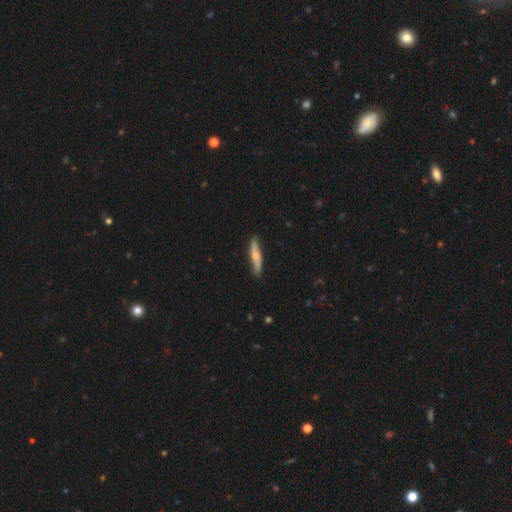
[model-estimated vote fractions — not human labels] Smooth or featured? smooth (56%)
How rounded? cigar-shaped (87%)
Merging? none (86%)